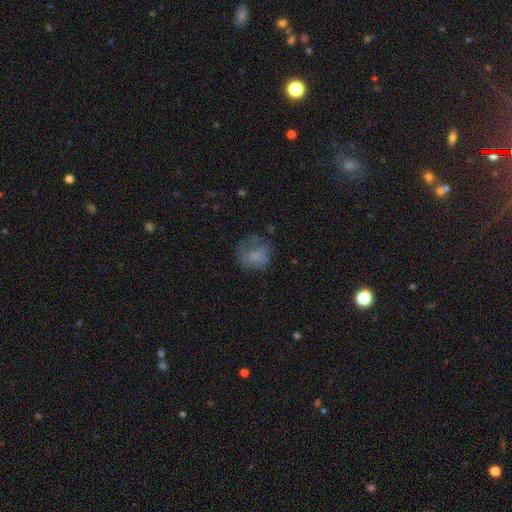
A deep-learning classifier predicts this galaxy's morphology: A smooth galaxy with no disk features (64%) that is round (64%).

Vote fractions:
- Smooth or featured? smooth: 64% / featured or disk: 23% / star or artifact: 12%
- How rounded? round: 64% / in between: 35% / cigar-shaped: 1%
- Merging? none: 50% / minor disturbance: 24% / major disturbance: 24% / merger: 2%